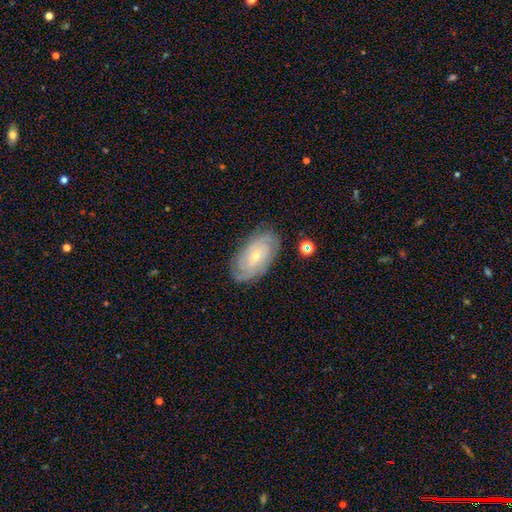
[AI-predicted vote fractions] Smooth or featured? Predicted: featured or disk (p=0.73). Edge-on disk? Predicted: no (p=0.94). Bar? Predicted: no (p=0.64). Spiral arms? Predicted: yes (p=0.92). Spiral winding? Predicted: tight (p=0.71). Spiral arm count? Predicted: can't tell (p=0.44). Bulge size? Predicted: small (p=0.72). Merging? Predicted: none (p=0.81).